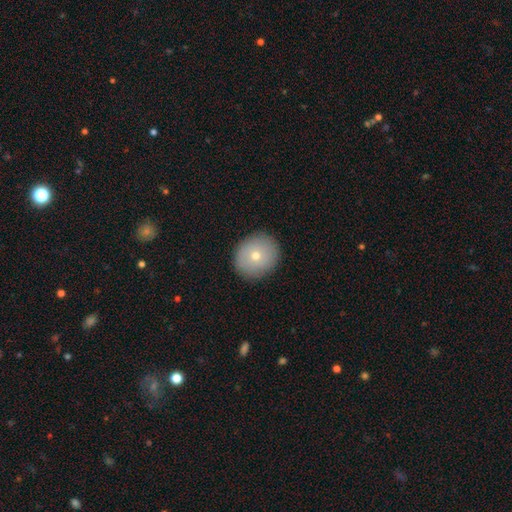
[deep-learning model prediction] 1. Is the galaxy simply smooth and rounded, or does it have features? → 71% smooth, 19% featured or disk, 10% star or artifact.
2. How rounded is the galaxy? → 80% round, 19% in between, 1% cigar-shaped.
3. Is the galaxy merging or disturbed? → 90% none, 7% minor disturbance, 2% major disturbance, 1% merger.